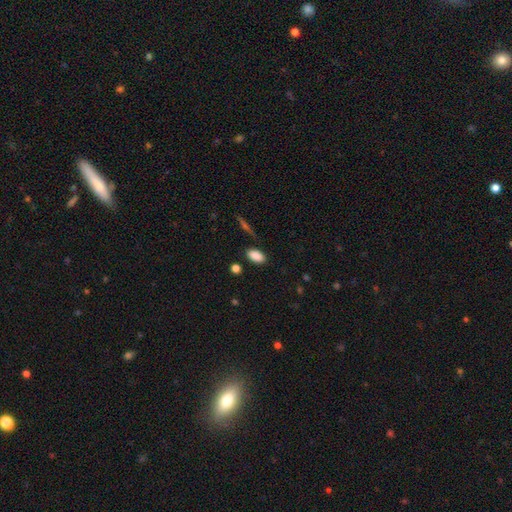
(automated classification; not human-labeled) Smooth or featured?
  - smooth: 87% *
  - star or artifact: 8%
  - featured or disk: 5%
How rounded?
  - in between: 91% *
  - round: 5%
  - cigar-shaped: 3%
Merging?
  - none: 82% *
  - minor disturbance: 12%
  - major disturbance: 3%
  - merger: 3%